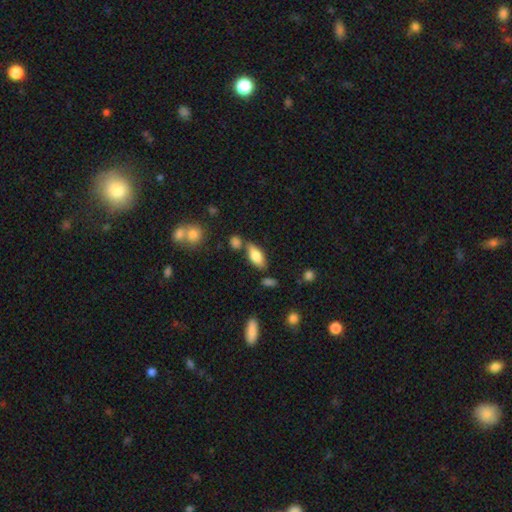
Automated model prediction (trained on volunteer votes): Overall: smooth (74%). How rounded: in between (79%). Merging: none (69%).